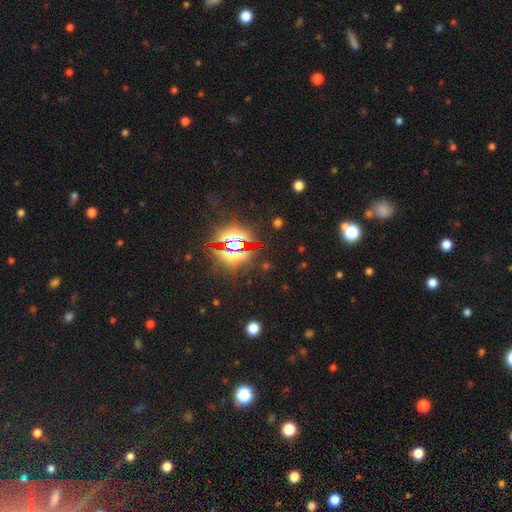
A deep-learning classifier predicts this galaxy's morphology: This appears to be a star or artifact, not a galaxy (84%).